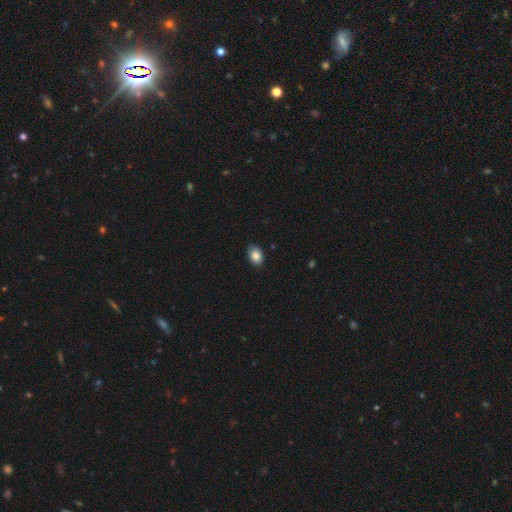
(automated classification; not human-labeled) smooth-or-featured: smooth: 86% | star or artifact: 8% | featured or disk: 6%
  how-rounded: in between: 80% | round: 19% | cigar-shaped: 1%
  merging: none: 85% | minor disturbance: 12% | major disturbance: 2% | merger: 1%